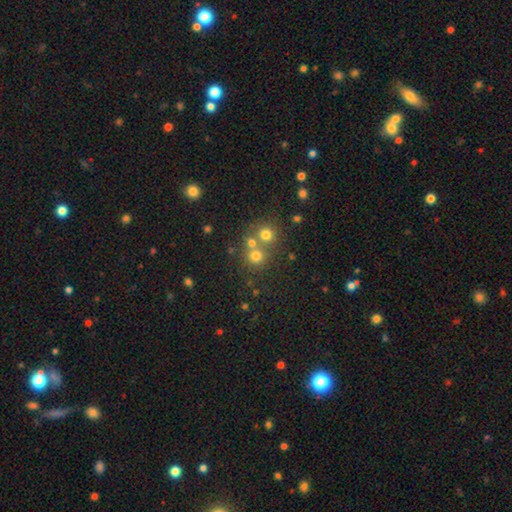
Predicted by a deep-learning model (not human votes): smooth_or_featured: smooth (p=0.70) [alt: star or artifact p=0.19]
how_rounded: round (p=0.87) [alt: in between p=0.12]
merging: none (p=0.54) [alt: merger p=0.36]